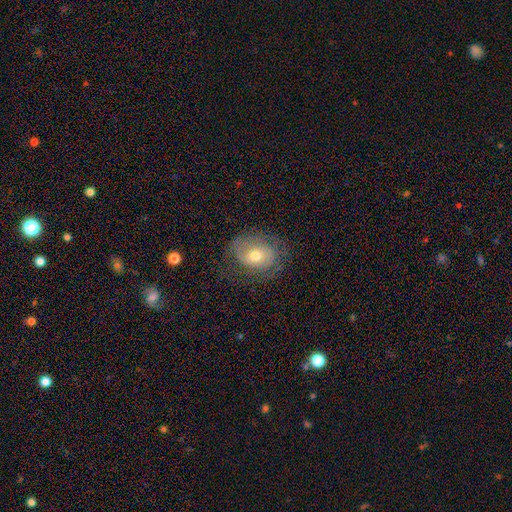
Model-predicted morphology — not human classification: Smooth or featured? Predicted: featured or disk (p=0.52). Edge-on disk? Predicted: no (p=0.95). Merging? Predicted: none (p=0.65).